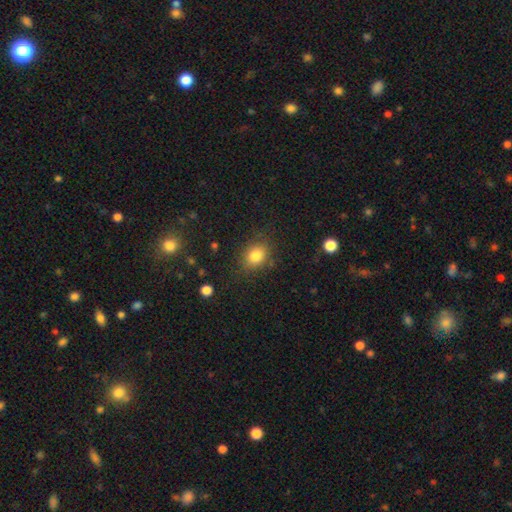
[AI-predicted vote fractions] Overall: smooth (82%). How rounded: in between (55%; round 43%). Merging: none (79%).